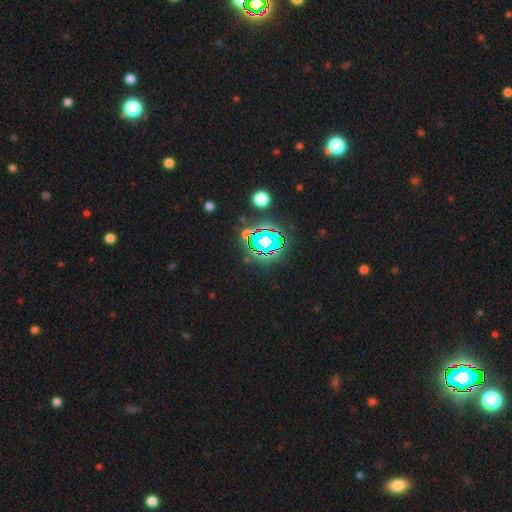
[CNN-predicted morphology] This is clearly a star or artifact rather than a galaxy (82%).